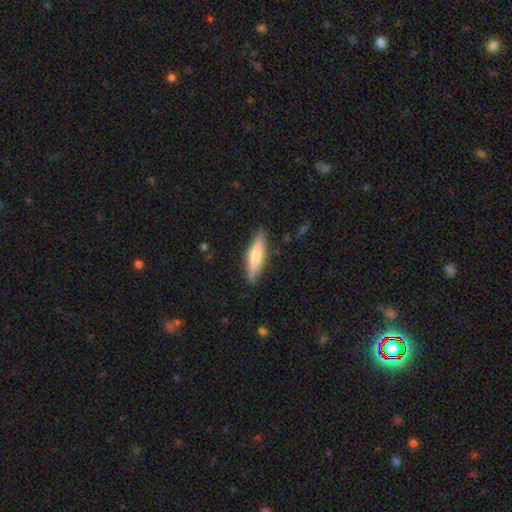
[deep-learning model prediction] Smooth or featured? Predicted: smooth (p=0.67). How rounded? Predicted: cigar-shaped (p=0.71). Merging? Predicted: none (p=0.84).